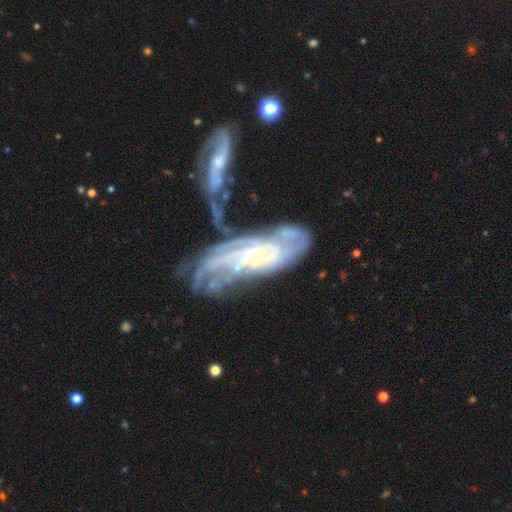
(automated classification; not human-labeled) Smooth or featured? Predicted: featured or disk (p=0.81). Edge-on disk? Predicted: no (p=0.88). Bar? Predicted: no (p=0.67). Spiral arms? Predicted: yes (p=0.87). Spiral winding? Predicted: tight (p=0.54). Spiral arm count? Predicted: can't tell (p=0.52). Bulge size? Predicted: small (p=0.73). Merging? Predicted: merger (p=0.37).